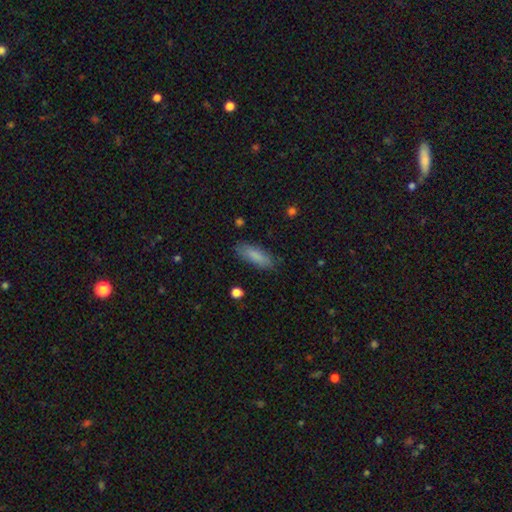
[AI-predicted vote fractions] A smooth galaxy with no disk features (84%) that is in between round and cigar-shaped (53%). Merging: none (84%).